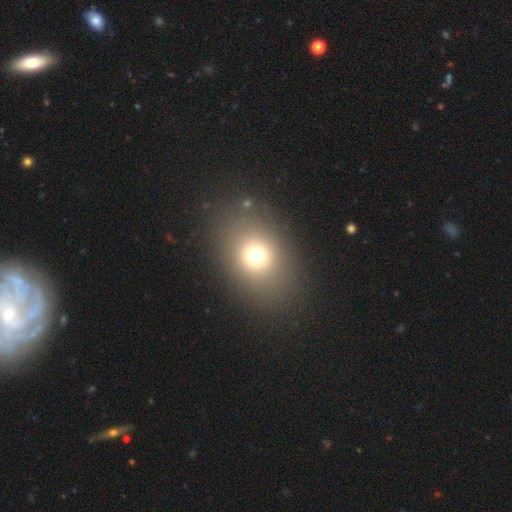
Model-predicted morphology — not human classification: This appears to be a smooth galaxy with no disk features (70%) that is in between round and cigar-shaped (53%). Merging: none (83%).